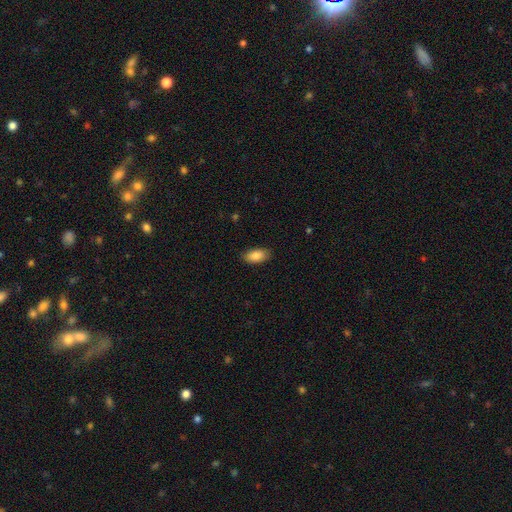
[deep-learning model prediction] Q: Smooth or featured?
A: smooth (86%); runner-up: featured or disk (7%)
Q: How rounded?
A: in between (93%); runner-up: cigar-shaped (4%)
Q: Merging?
A: none (86%); runner-up: minor disturbance (10%)